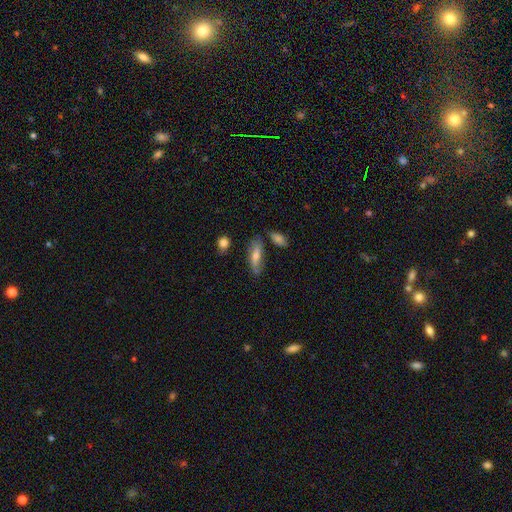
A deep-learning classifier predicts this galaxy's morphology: This appears to be a smooth galaxy with no disk features (62%) that is in between round and cigar-shaped (54%). Merging: none (70%).